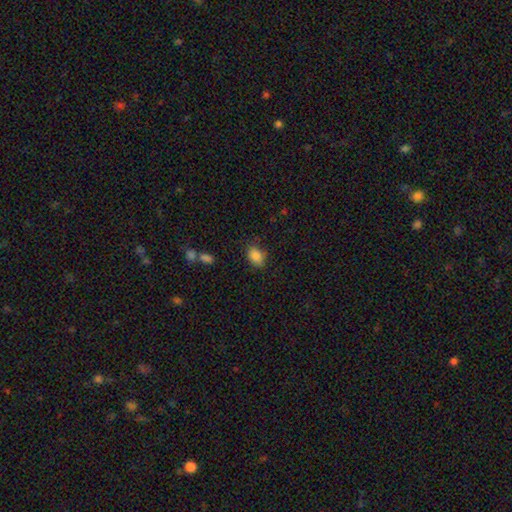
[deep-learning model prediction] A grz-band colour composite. It shows a smooth galaxy with no disk features (86%) that is in between round and cigar-shaped (81%). Merging: none (77%).